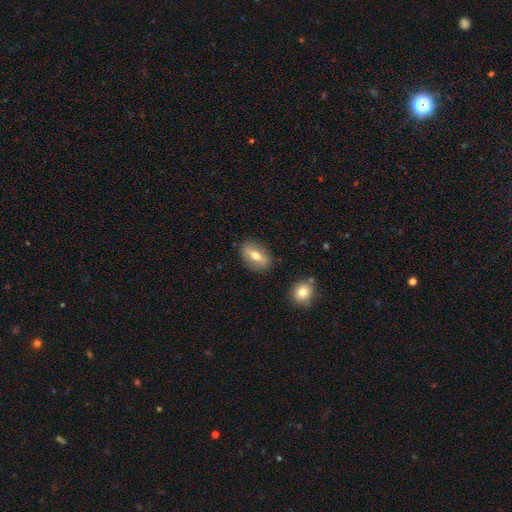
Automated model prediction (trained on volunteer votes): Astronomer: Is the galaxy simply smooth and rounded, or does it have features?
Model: smooth — 63%.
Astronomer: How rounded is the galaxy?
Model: in between — 81%.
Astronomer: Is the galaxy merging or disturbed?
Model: none — 84%.